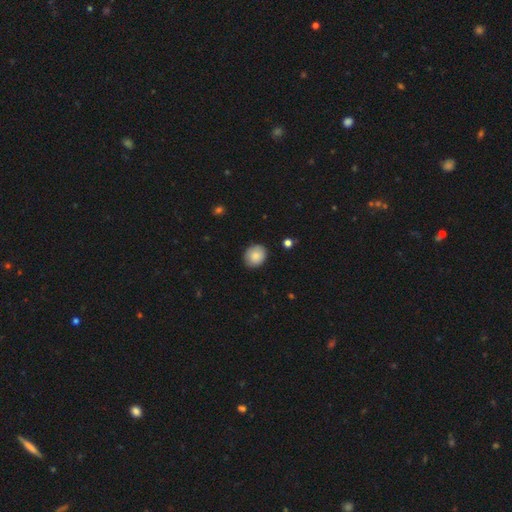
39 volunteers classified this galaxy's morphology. smooth 90%, featured or disk 8%, star or artifact 3%. Down the decision tree: how rounded — round (60%); merging — none (87%).